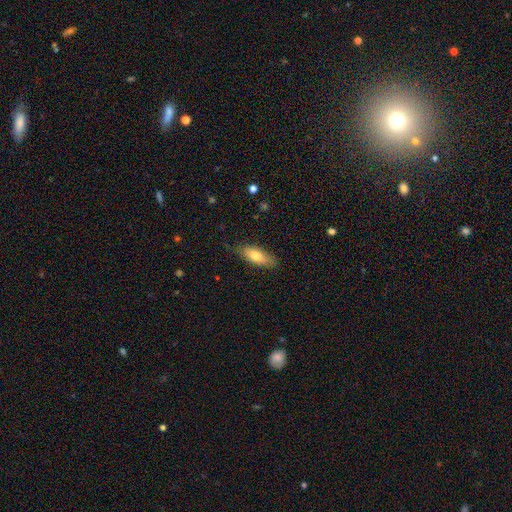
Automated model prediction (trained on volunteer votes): Overall: smooth (75%). How rounded: in between (75%). Merging: none (81%).